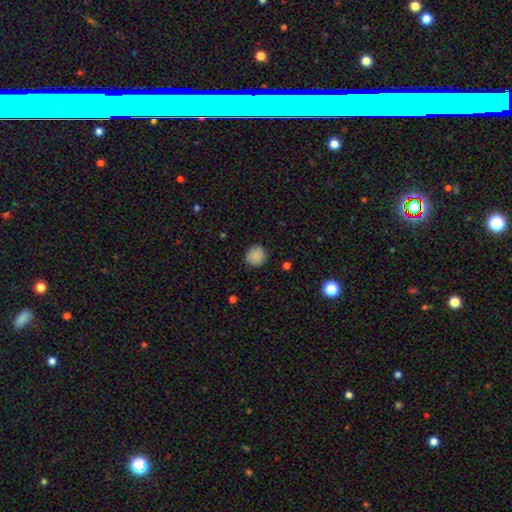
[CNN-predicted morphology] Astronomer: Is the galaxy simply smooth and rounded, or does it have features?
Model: smooth — 87%.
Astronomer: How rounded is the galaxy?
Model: round — 90%.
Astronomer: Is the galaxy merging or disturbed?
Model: none — 88%.